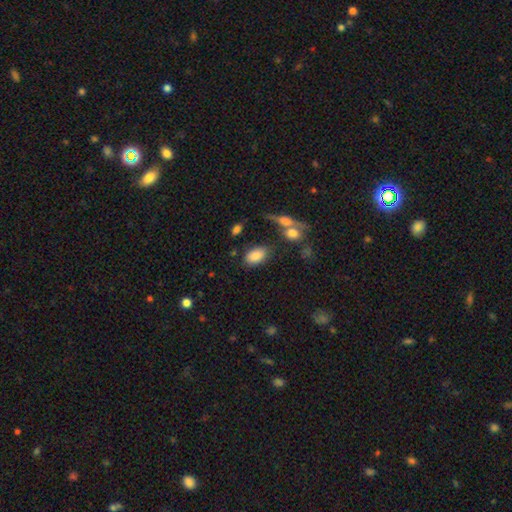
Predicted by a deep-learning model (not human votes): A smooth galaxy with no disk features (85%) that is in between round and cigar-shaped (90%).

Vote fractions:
- Smooth or featured? smooth: 85% / star or artifact: 8% / featured or disk: 7%
- How rounded? in between: 90% / round: 8% / cigar-shaped: 2%
- Merging? none: 71% / minor disturbance: 15% / merger: 9% / major disturbance: 6%